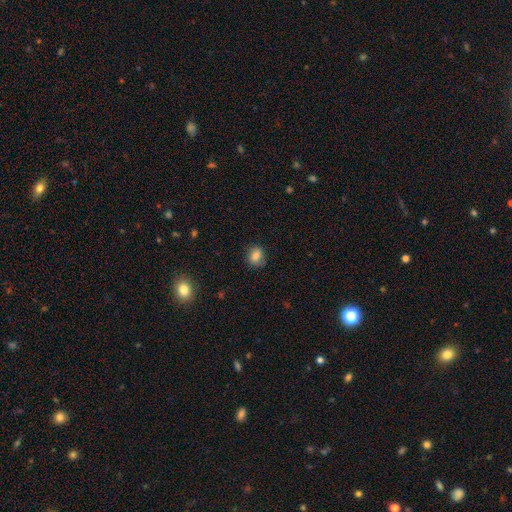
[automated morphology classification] A smooth galaxy with no disk features (82%) that is round (63%).

Vote fractions:
- Smooth or featured? smooth: 82% / star or artifact: 10% / featured or disk: 7%
- How rounded? round: 63% / in between: 36% / cigar-shaped: 1%
- Merging? none: 84% / minor disturbance: 12% / major disturbance: 3% / merger: 1%